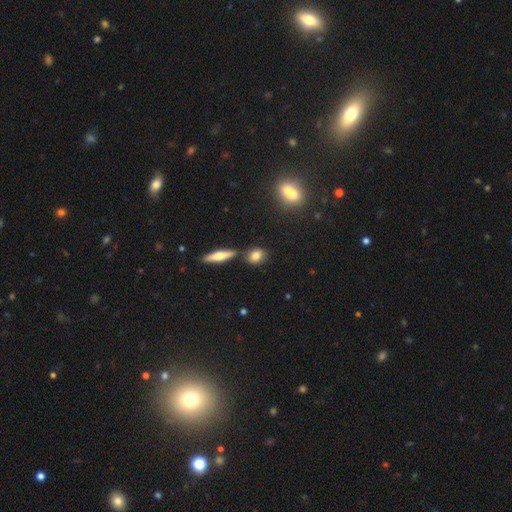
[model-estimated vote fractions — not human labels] smooth-or-featured: smooth: 80% | featured or disk: 11% | star or artifact: 10%
  how-rounded: in between: 55% | round: 38% | cigar-shaped: 7%
  merging: none: 75% | minor disturbance: 12% | merger: 10% | major disturbance: 3%